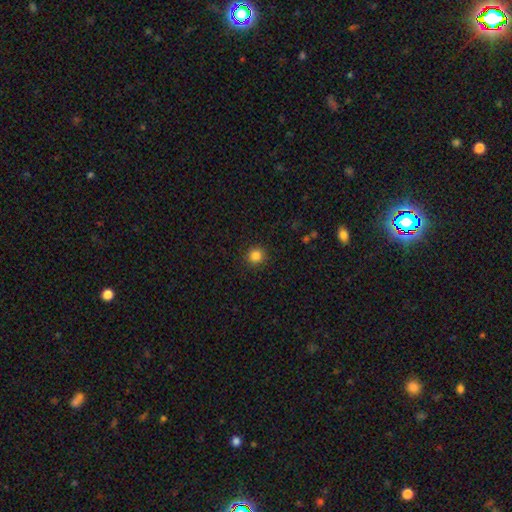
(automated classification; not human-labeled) A smooth galaxy with no disk features (84%) that is round (91%). Merging: none (92%).